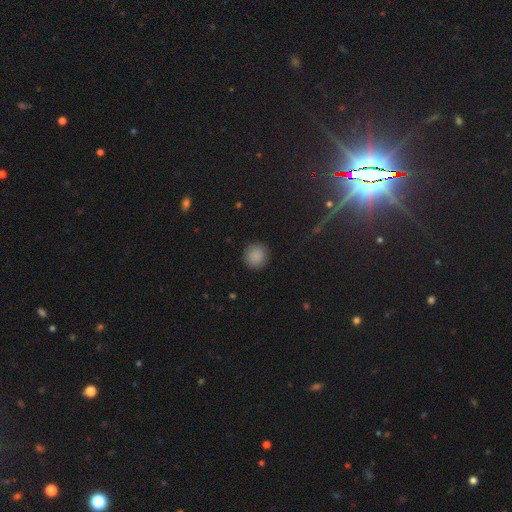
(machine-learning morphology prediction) Smooth or featured: smooth — 88% (star or artifact — 9%)
How rounded: round — 92% (in between — 7%)
Merging: none — 91% (minor disturbance — 6%)